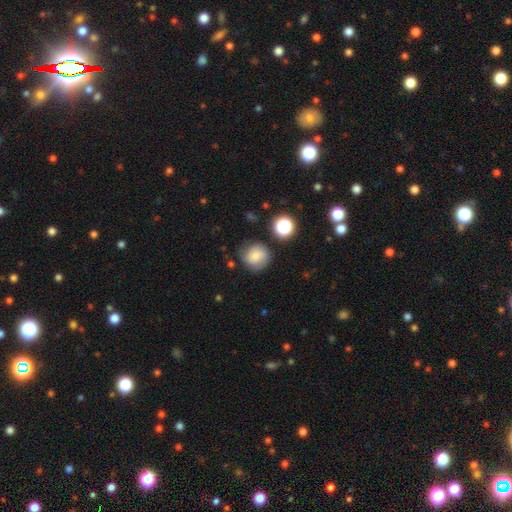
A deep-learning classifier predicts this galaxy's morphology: smooth_or_featured: smooth (p=0.63) [alt: featured or disk p=0.25]
how_rounded: round (p=0.88) [alt: in between p=0.11]
merging: none (p=0.71) [alt: minor disturbance p=0.19]